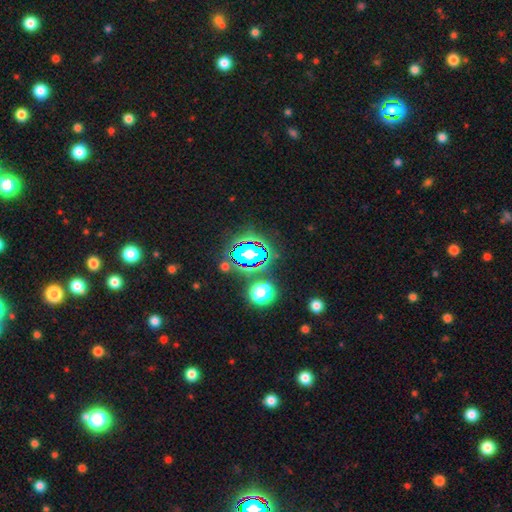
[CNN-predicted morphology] The model was most divided on "smooth or featured": star or artifact: 76%, smooth: 15%, featured or disk: 9%.